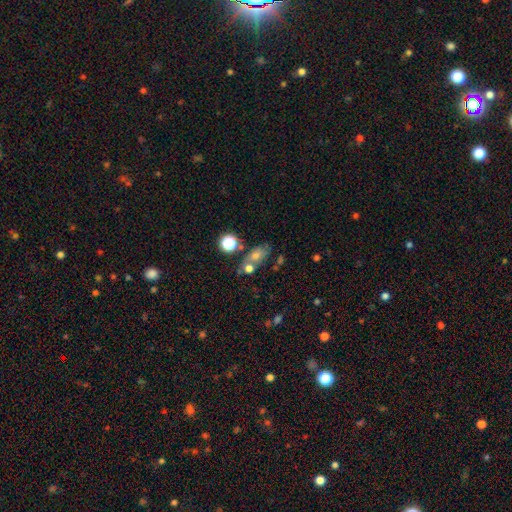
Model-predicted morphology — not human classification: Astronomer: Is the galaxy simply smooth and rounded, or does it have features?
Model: smooth — 50% (runner-up: star or artifact, 26%).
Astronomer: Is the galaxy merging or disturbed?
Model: none — 58%.